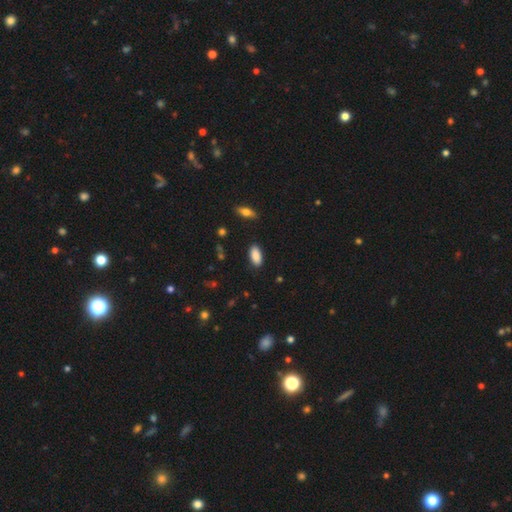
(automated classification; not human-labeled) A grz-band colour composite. It shows a smooth galaxy with no disk features (88%) that is in between round and cigar-shaped (89%). Merging: none (87%).